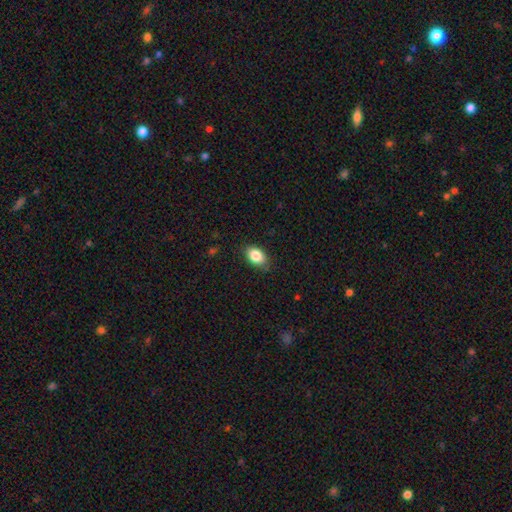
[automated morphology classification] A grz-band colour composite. It shows a smooth galaxy with no disk features (85%) that is in between round and cigar-shaped (86%). Merging: none (84%).